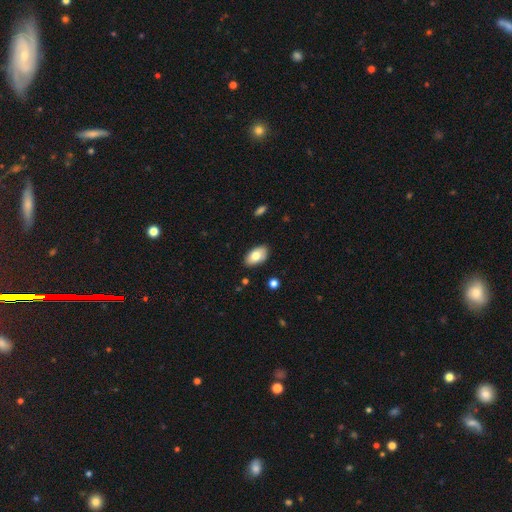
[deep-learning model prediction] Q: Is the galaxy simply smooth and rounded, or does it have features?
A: smooth — 79%.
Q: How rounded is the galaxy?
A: in between — 94%.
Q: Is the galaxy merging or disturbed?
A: none — 86%.